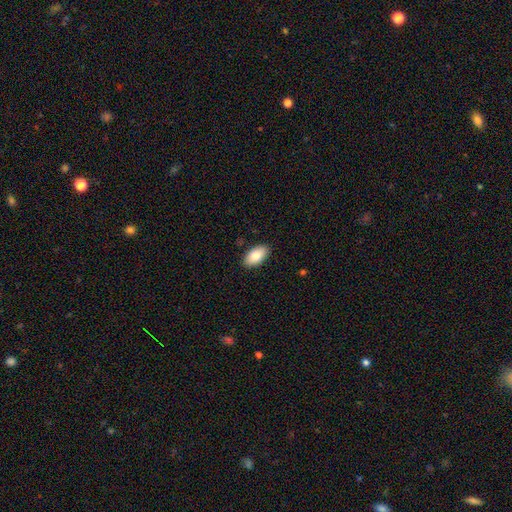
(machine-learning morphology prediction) Smooth or featured: smooth — 82% (featured or disk — 12%)
How rounded: in between — 95% (round — 3%)
Merging: none — 89% (minor disturbance — 8%)